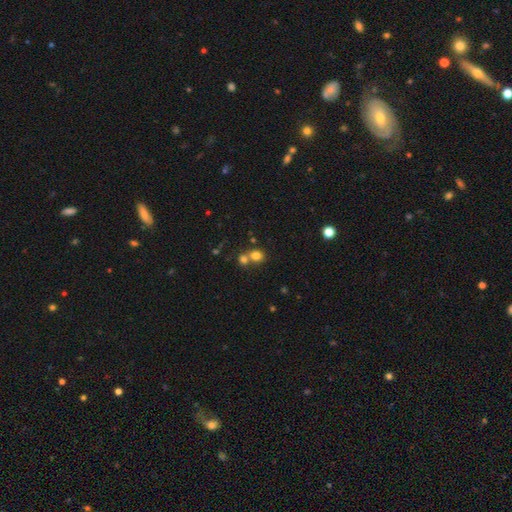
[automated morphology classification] A smooth galaxy with no disk features (78%) that is round (74%). Merging: merger (47%).